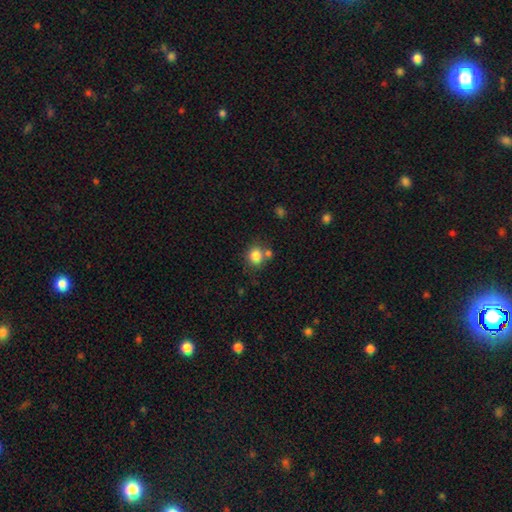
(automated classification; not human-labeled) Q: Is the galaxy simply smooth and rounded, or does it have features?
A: smooth — 82%.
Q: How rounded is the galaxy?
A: round — 80%.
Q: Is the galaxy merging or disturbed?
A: none — 64%.